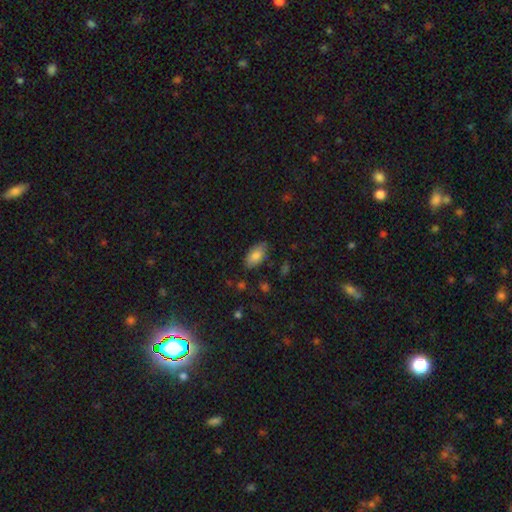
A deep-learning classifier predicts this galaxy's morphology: type=smooth (84%); roundness=in between (93%); merging=none (81%).